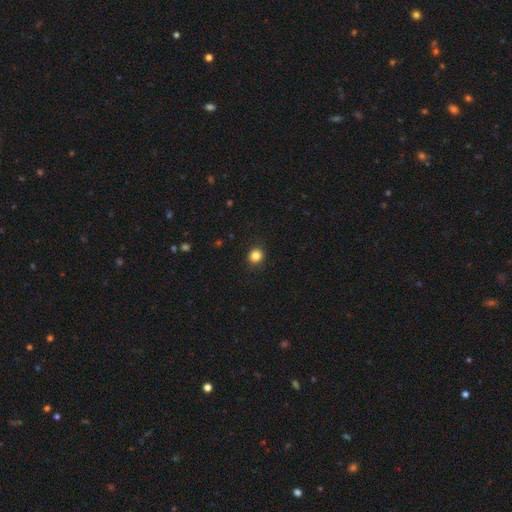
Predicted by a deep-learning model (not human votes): A smooth galaxy with no disk features (84%) that is round (88%).

Vote fractions:
- Smooth or featured? smooth: 84% / star or artifact: 12% / featured or disk: 5%
- How rounded? round: 88% / in between: 11% / cigar-shaped: 1%
- Merging? none: 90% / minor disturbance: 7% / major disturbance: 2% / merger: 1%